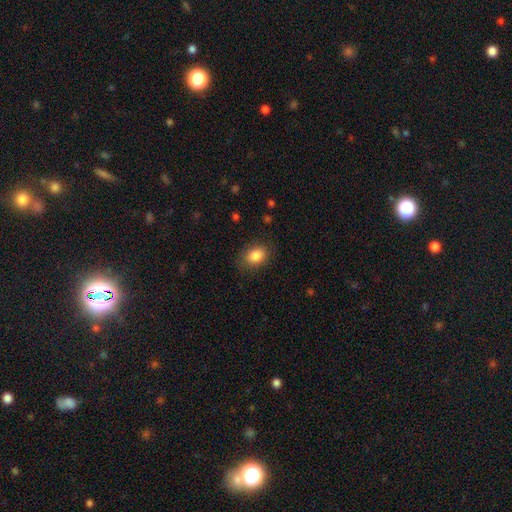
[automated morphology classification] Smooth or featured? Predicted: smooth (p=0.85). How rounded? Predicted: in between (p=0.67). Merging? Predicted: none (p=0.83).